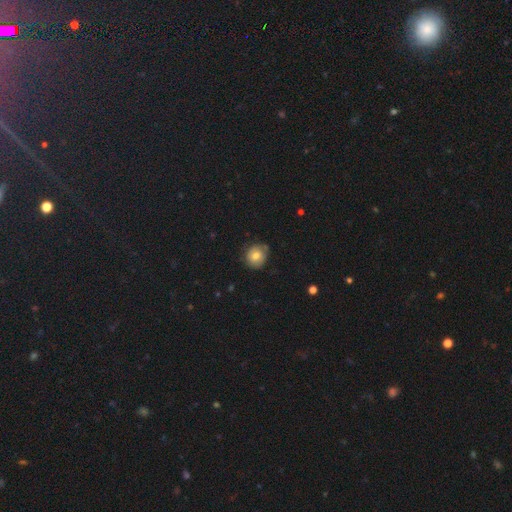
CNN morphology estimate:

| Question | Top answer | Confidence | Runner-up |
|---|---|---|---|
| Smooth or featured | smooth | 62% | featured or disk (29%) |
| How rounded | round | 81% | in between (18%) |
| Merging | none | 72% | minor disturbance (21%) |